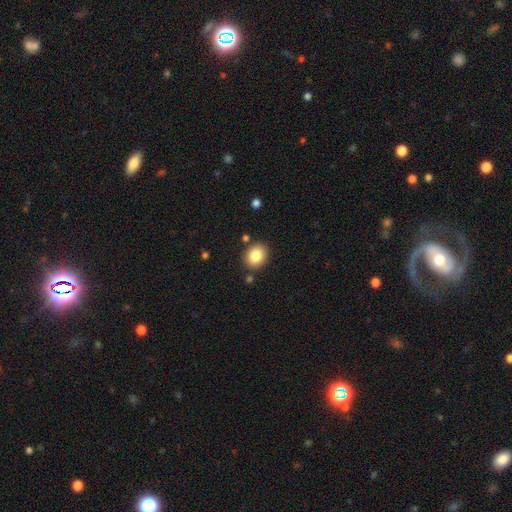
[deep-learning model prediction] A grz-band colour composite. It shows a smooth galaxy with no disk features (84%) that is round (56%). Merging: none (84%).